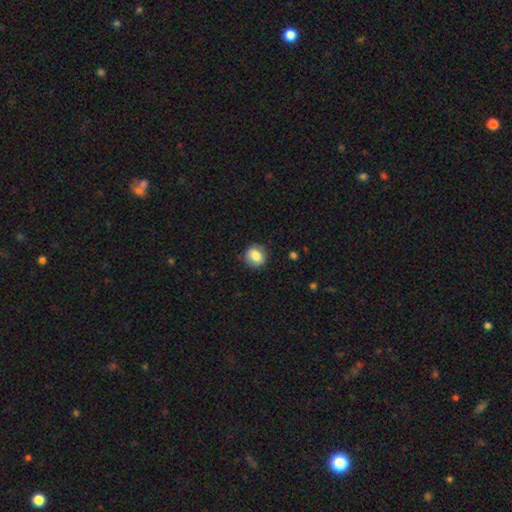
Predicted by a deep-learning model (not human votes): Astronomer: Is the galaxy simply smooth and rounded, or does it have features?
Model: smooth — 82%.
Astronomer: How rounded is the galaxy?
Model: round — 82%.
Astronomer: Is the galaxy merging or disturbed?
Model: none — 84%.